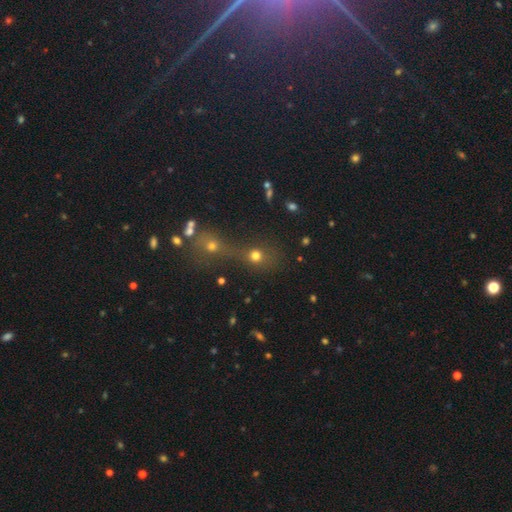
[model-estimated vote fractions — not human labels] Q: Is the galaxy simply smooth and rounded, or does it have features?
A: smooth — 70%.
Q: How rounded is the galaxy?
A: round — 82%.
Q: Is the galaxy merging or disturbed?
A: merger — 49%.